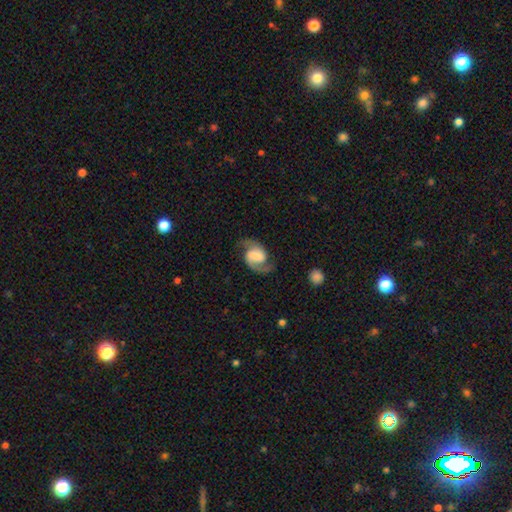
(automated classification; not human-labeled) Smooth or featured? Predicted: featured or disk (p=0.82). Edge-on disk? Predicted: no (p=0.98). Bar? Predicted: weak (p=0.40). Spiral arms? Predicted: yes (p=0.96). Spiral winding? Predicted: medium (p=0.50). Spiral arm count? Predicted: 2 (p=0.93). Bulge size? Predicted: none (p=0.38). Merging? Predicted: none (p=0.75).